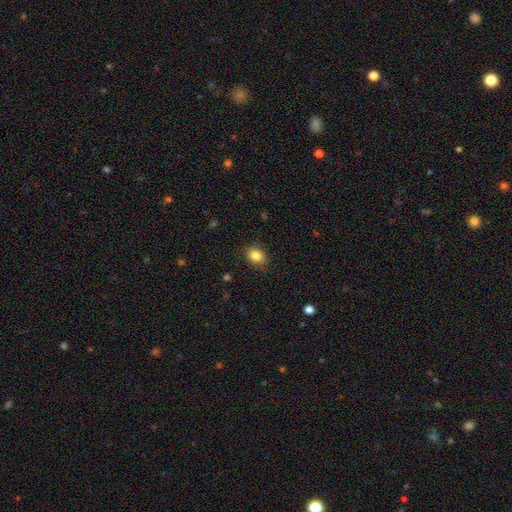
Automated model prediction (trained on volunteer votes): This is clearly a smooth galaxy (86%). How rounded: likely in between (63%). Merging: clearly none (83%).